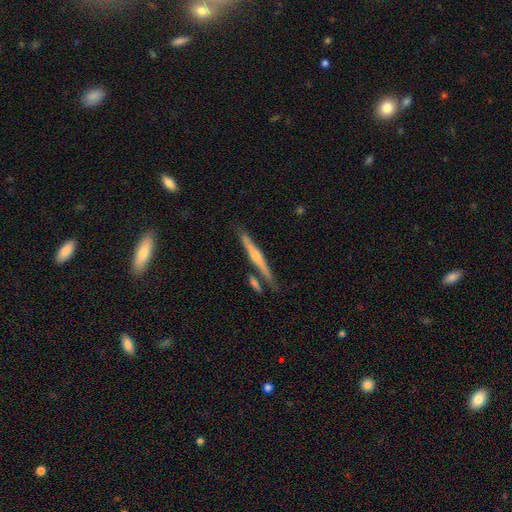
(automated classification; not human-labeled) smooth_or_featured: featured or disk (p=0.67) [alt: smooth p=0.27]
disk_edge_on: yes (p=0.97) [alt: no p=0.03]
edge_on_bulge: rounded (p=0.75) [alt: none p=0.17]
merging: none (p=0.78) [alt: minor disturbance p=0.10]